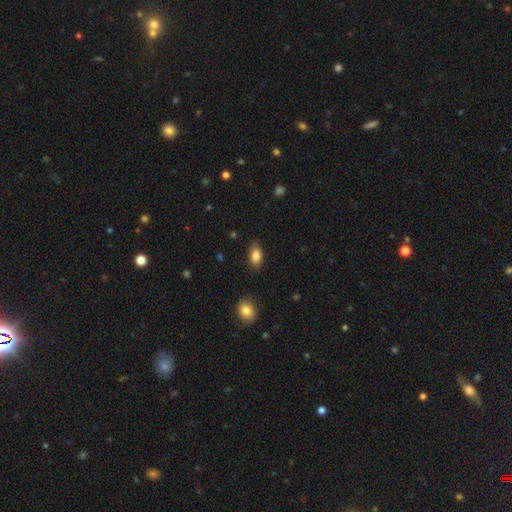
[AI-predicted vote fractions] The model was most divided on "merging": none: 84%, minor disturbance: 12%, major disturbance: 3%, merger: 1%. More confident: how rounded — in between (90%); smooth or featured — smooth (84%).